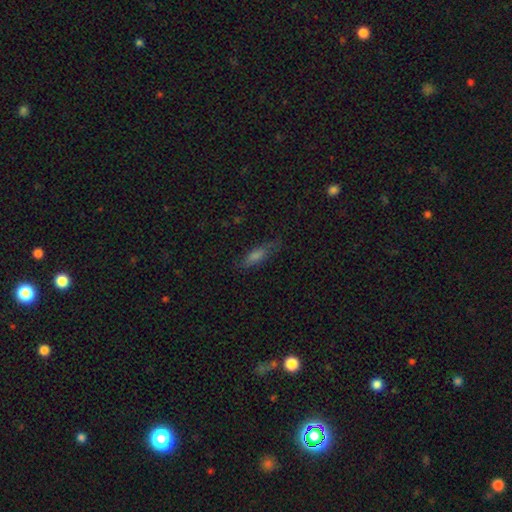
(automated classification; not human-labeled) A smooth galaxy with no disk features (58%) that is cigar-shaped (57%). Merging: none (74%).